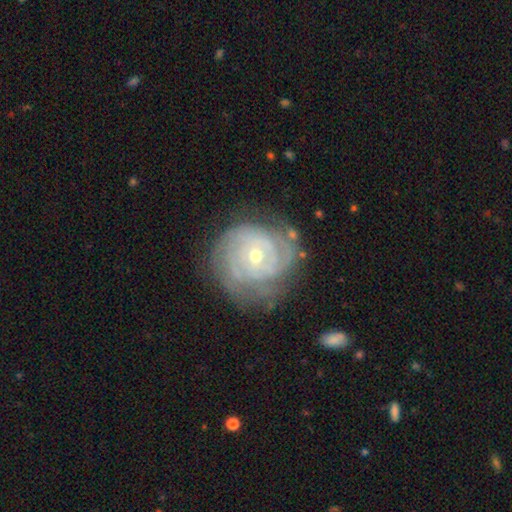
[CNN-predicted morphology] Smooth or featured?
  - featured or disk: 82% *
  - smooth: 12%
  - star or artifact: 6%
Edge-on disk?
  - no: 97% *
  - yes: 3%
Bar?
  - no: 77% *
  - weak: 18%
  - strong: 5%
Spiral arms?
  - yes: 91% *
  - no: 9%
Spiral winding?
  - tight: 79% *
  - medium: 16%
  - loose: 4%
Spiral arm count?
  - can't tell: 38% *
  - 2: 21%
  - 3: 20%
  - 4: 11%
  - more than 4: 6%
  - 1: 6%
Bulge size?
  - small: 54% *
  - moderate: 43%
  - large: 2%
  - none: 1%
  - dominant: 1%
Merging?
  - none: 69% *
  - minor disturbance: 20%
  - major disturbance: 9%
  - merger: 2%